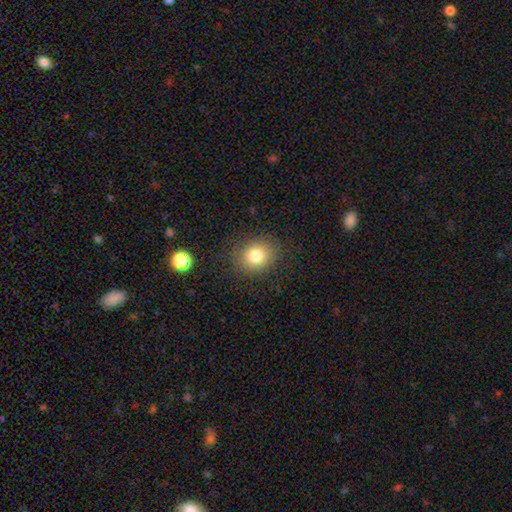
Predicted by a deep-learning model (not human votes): Smooth or featured?
  - smooth: 80% *
  - star or artifact: 11%
  - featured or disk: 9%
How rounded?
  - round: 67% *
  - in between: 32%
  - cigar-shaped: 1%
Merging?
  - none: 85% *
  - minor disturbance: 10%
  - major disturbance: 4%
  - merger: 1%